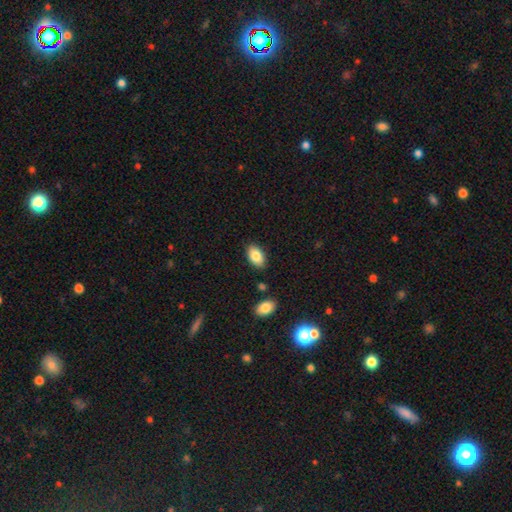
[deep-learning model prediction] smooth-or-featured: smooth: 85% | featured or disk: 8% | star or artifact: 7%
  how-rounded: in between: 92% | round: 6% | cigar-shaped: 2%
  merging: none: 85% | minor disturbance: 10% | merger: 3% | major disturbance: 2%